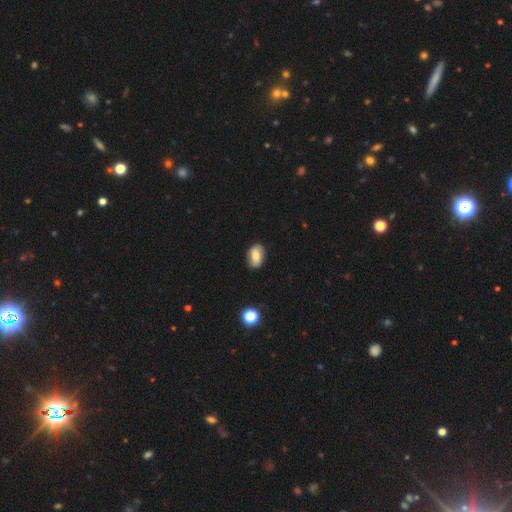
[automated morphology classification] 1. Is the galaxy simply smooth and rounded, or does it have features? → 76% smooth, 16% featured or disk, 8% star or artifact.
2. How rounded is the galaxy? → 87% in between, 11% round, 2% cigar-shaped.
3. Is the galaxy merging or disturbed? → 84% none, 12% minor disturbance, 2% major disturbance, 1% merger.